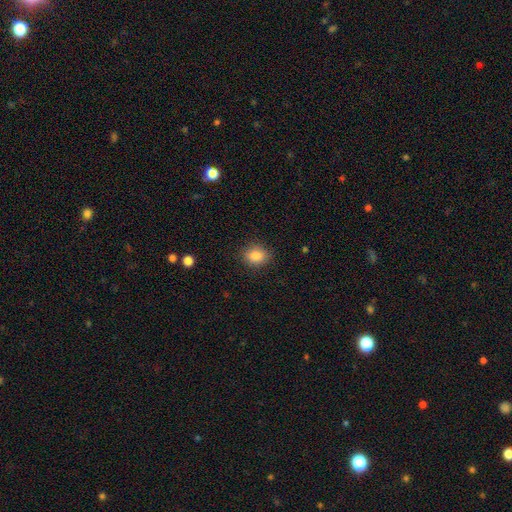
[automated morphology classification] smooth_or_featured: smooth (p=0.85) [alt: star or artifact p=0.09]
how_rounded: round (p=0.50) [alt: in between p=0.49]
merging: none (p=0.87) [alt: minor disturbance p=0.09]